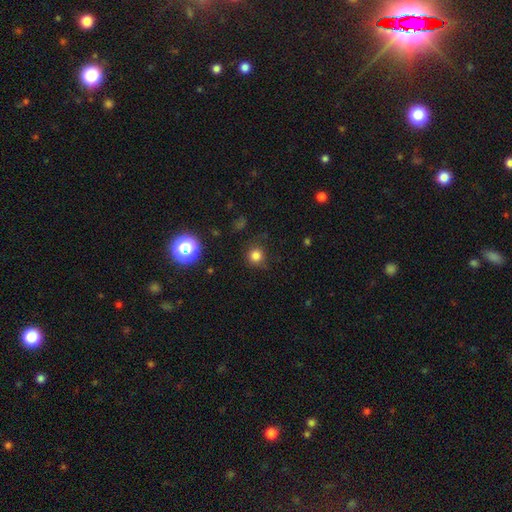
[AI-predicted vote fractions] Q: Smooth or featured?
A: smooth (79%); runner-up: star or artifact (16%)
Q: How rounded?
A: round (93%); runner-up: in between (6%)
Q: Merging?
A: none (80%); runner-up: minor disturbance (13%)